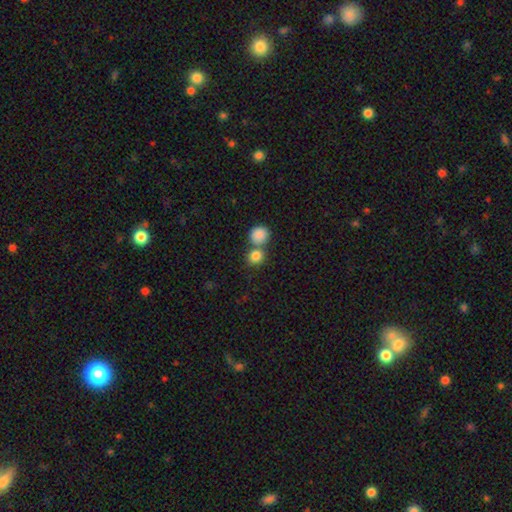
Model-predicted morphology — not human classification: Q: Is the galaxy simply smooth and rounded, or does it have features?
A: smooth — 84%.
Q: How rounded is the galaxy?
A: round — 84%.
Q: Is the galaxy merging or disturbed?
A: none — 52%.